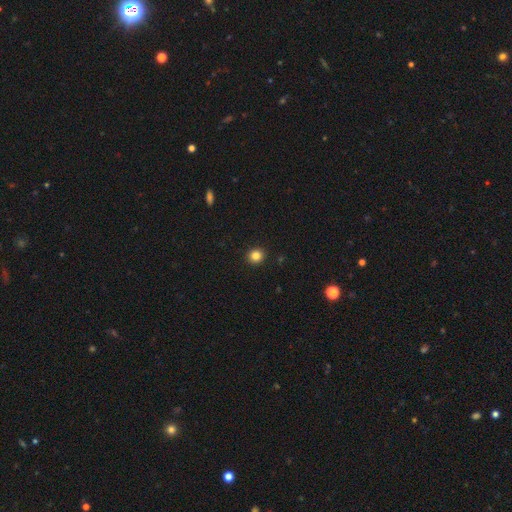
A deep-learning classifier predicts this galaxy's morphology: smooth_or_featured: smooth (p=0.84) [alt: star or artifact p=0.12]
how_rounded: round (p=0.88) [alt: in between p=0.11]
merging: none (p=0.93) [alt: minor disturbance p=0.05]